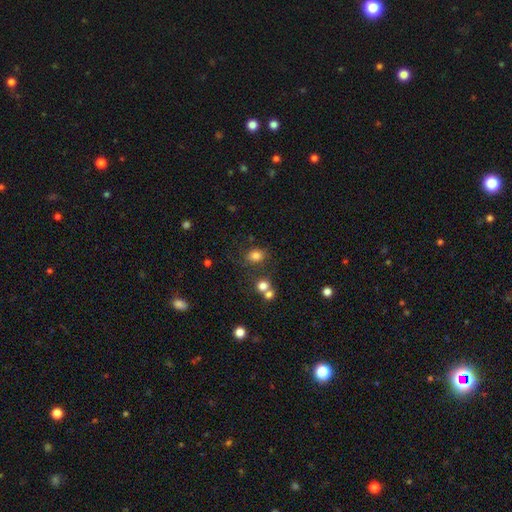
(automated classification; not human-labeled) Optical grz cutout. It shows a smooth galaxy with no disk features (79%) that is in between round and cigar-shaped (53%). Merging: none (68%).